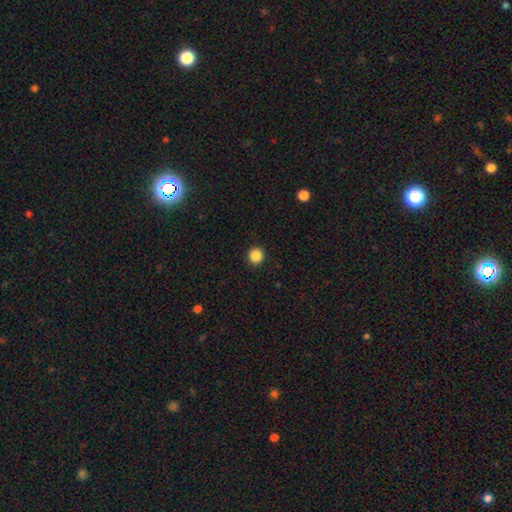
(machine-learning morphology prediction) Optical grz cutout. It shows a smooth galaxy with no disk features (87%) that is round (93%). Merging: none (93%).